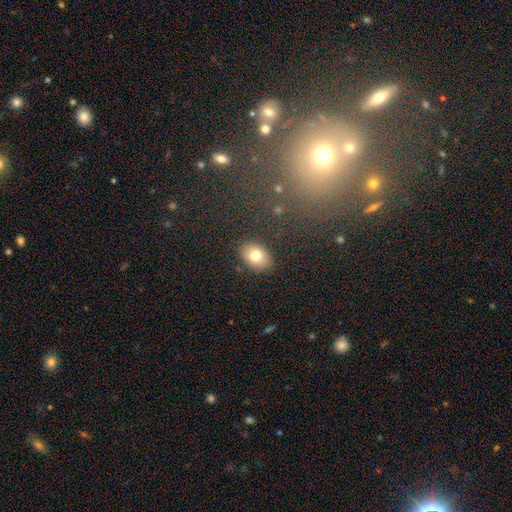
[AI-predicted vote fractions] The model was most divided on "how rounded": in between: 76%, round: 23%, cigar-shaped: 1%. More confident: merging — none (86%); smooth or featured — smooth (77%).